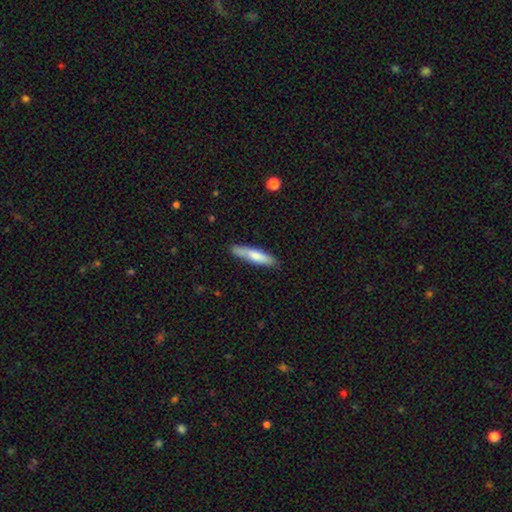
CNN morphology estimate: smooth-or-featured: smooth: 73% | featured or disk: 22% | star or artifact: 5%
  how-rounded: cigar-shaped: 80% | in between: 19% | round: 1%
  merging: none: 84% | minor disturbance: 12% | major disturbance: 2% | merger: 1%